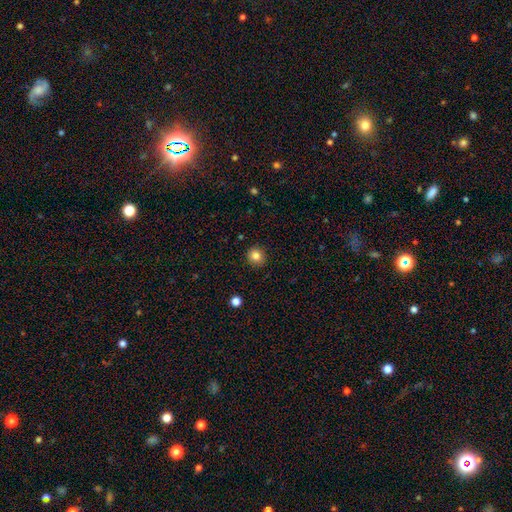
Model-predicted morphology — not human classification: Smooth or featured: smooth — 83% (star or artifact — 11%)
How rounded: round — 87% (in between — 12%)
Merging: none — 90% (minor disturbance — 7%)